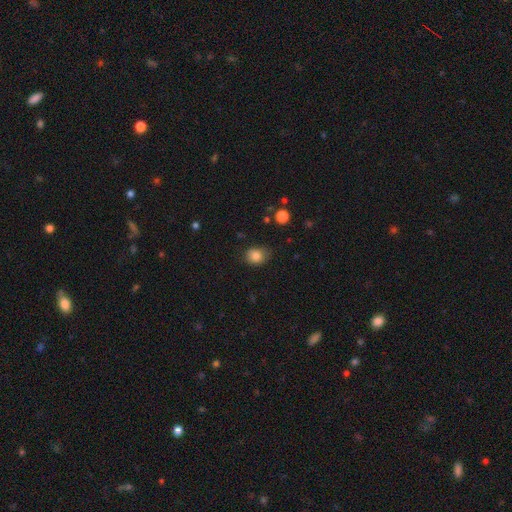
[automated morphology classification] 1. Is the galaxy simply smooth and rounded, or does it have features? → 84% smooth, 11% star or artifact, 6% featured or disk.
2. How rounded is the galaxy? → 61% round, 38% in between, 1% cigar-shaped.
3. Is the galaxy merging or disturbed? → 71% none, 22% minor disturbance, 5% major disturbance, 2% merger.